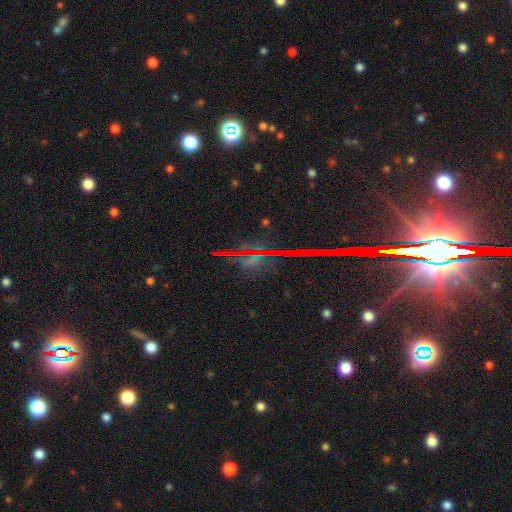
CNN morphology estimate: Smooth or featured? star or artifact (72%)